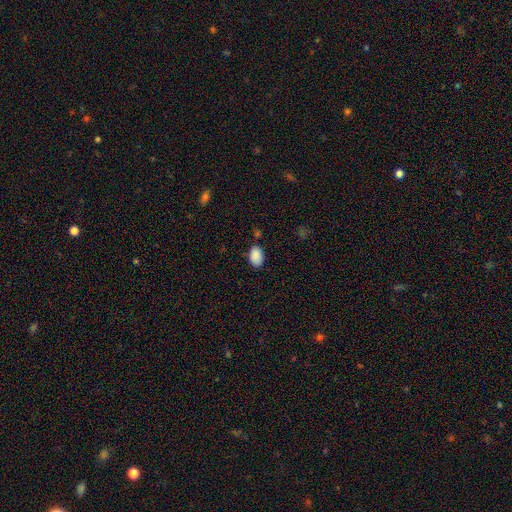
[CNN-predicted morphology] Smooth or featured? Predicted: smooth (p=0.89). How rounded? Predicted: in between (p=0.90). Merging? Predicted: none (p=0.78).